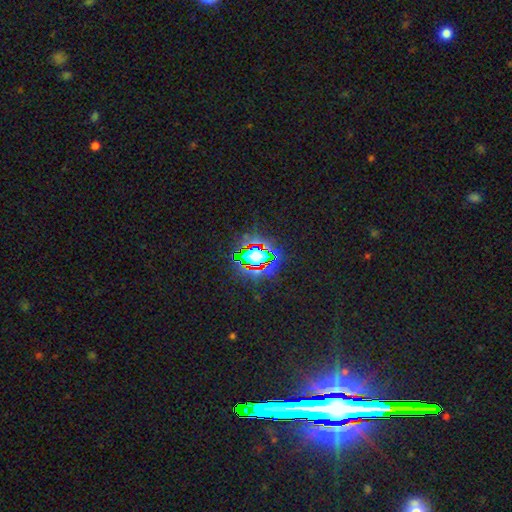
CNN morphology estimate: Smooth or featured?
  - star or artifact: 69% *
  - smooth: 20%
  - featured or disk: 11%